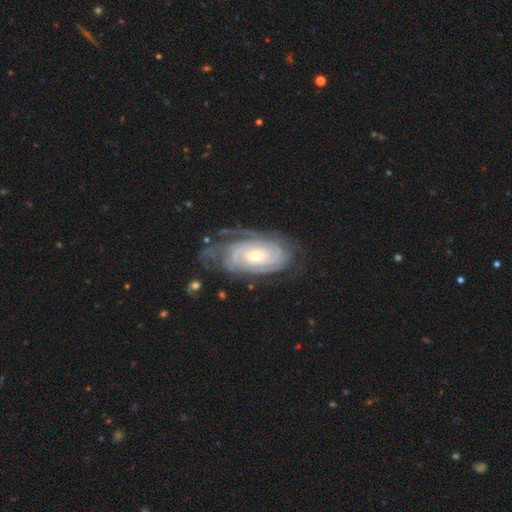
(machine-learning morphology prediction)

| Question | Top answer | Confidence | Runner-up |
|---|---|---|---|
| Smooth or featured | featured or disk | 89% | smooth (6%) |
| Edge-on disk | no | 95% | yes (5%) |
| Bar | no | 69% | weak (23%) |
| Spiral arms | yes | 97% | no (3%) |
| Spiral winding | tight | 80% | medium (17%) |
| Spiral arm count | can't tell | 33% | 4 (18%) |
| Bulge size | small | 51% | moderate (45%) |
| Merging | none | 64% | minor disturbance (22%) |